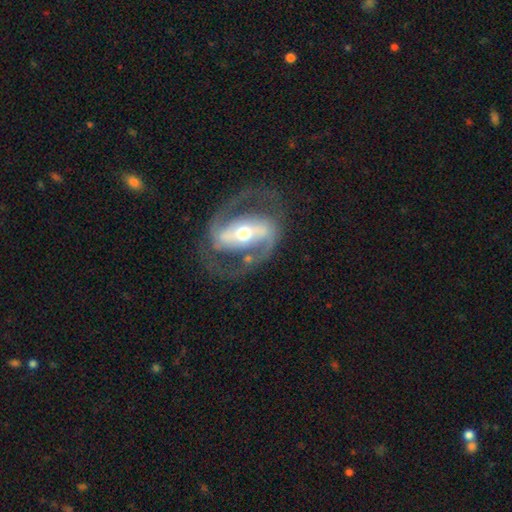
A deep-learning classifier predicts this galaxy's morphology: smooth_or_featured: featured or disk (p=0.88) [alt: smooth p=0.06]
disk_edge_on: no (p=0.95) [alt: yes p=0.05]
bar: strong (p=0.61) [alt: weak p=0.24]
has_spiral_arms: yes (p=0.93) [alt: no p=0.07]
spiral_winding: medium (p=0.53) [alt: tight p=0.27]
spiral_arm_count: 2 (p=0.92) [alt: can't tell p=0.03]
bulge_size: moderate (p=0.56) [alt: small p=0.34]
merging: none (p=0.79) [alt: minor disturbance p=0.11]